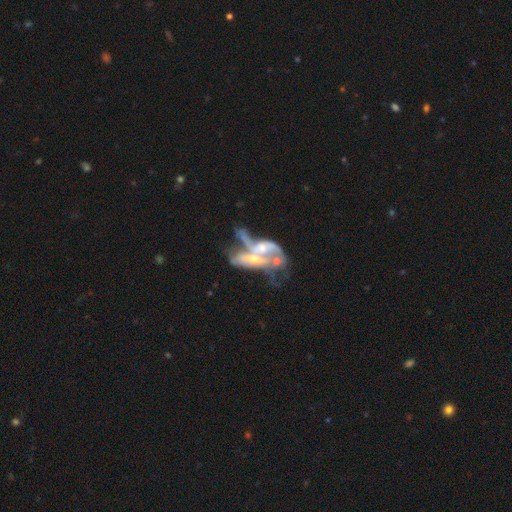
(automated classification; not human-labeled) featured or disk 70%, smooth 20%, star or artifact 10%. Down the decision tree: edge-on disk — no (90%); bar — no (73%); spiral arms — no (62%); bulge size — moderate (38%); merging — merger (66%).